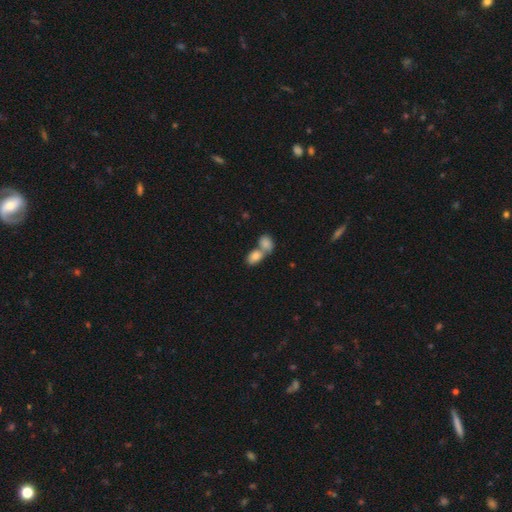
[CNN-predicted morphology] Smooth or featured? smooth (83%)
How rounded? in between (82%)
Merging? merger (64%)